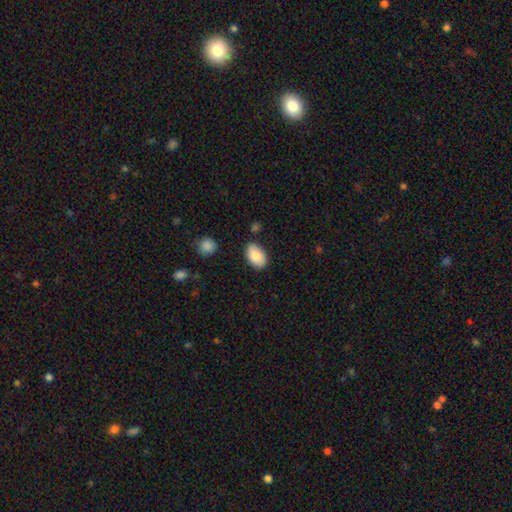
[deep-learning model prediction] smooth_or_featured: smooth (p=0.86) [alt: featured or disk p=0.08]
how_rounded: in between (p=0.92) [alt: round p=0.07]
merging: none (p=0.77) [alt: minor disturbance p=0.16]